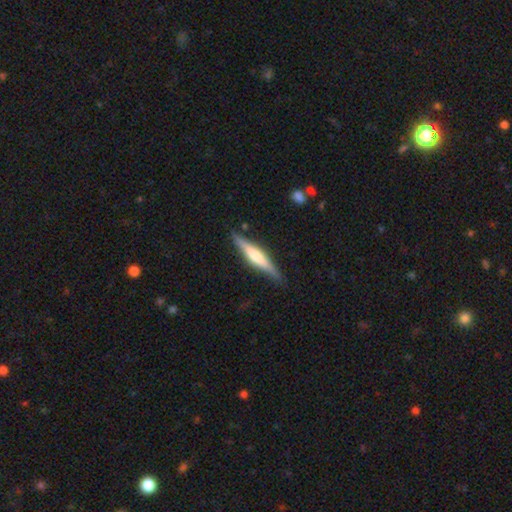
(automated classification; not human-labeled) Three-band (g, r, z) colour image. It shows a featured or disk galaxy (61%) viewed edge-on (96%) with a rounded central bulge (68%). Merging: none (86%).